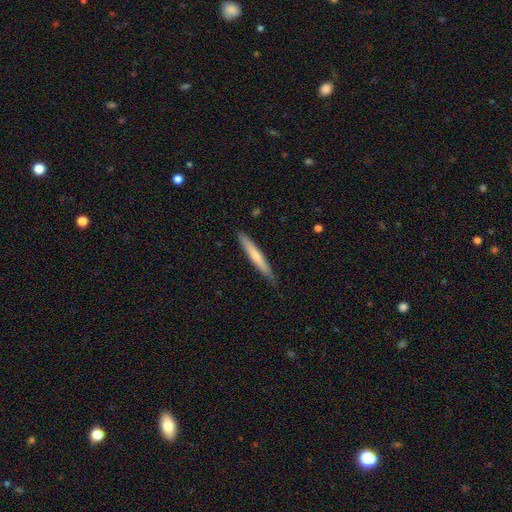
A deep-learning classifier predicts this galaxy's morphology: Smooth or featured: smooth — 61% (featured or disk — 34%)
How rounded: cigar-shaped — 95% (in between — 4%)
Merging: none — 84% (minor disturbance — 13%)